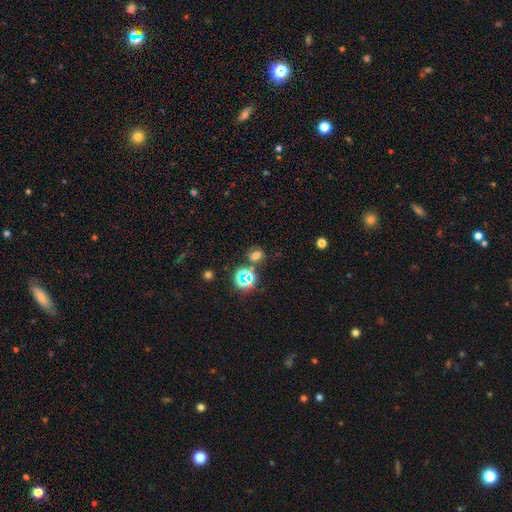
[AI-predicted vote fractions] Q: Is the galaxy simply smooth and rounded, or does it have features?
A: smooth — 51%.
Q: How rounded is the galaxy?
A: round — 52%.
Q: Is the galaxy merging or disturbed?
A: none — 66%.